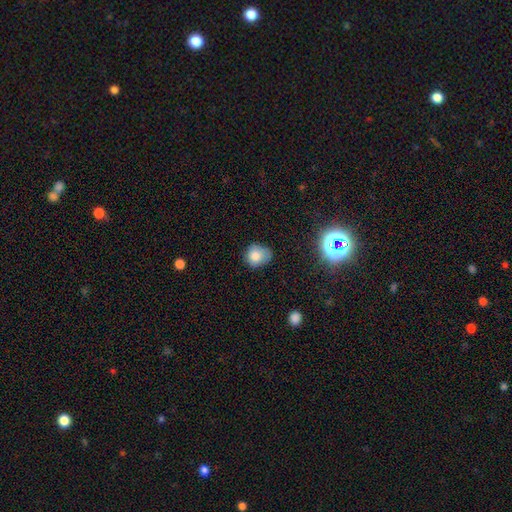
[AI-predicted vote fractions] A smooth galaxy with no disk features (79%) that is round (65%). Merging: none (53%).